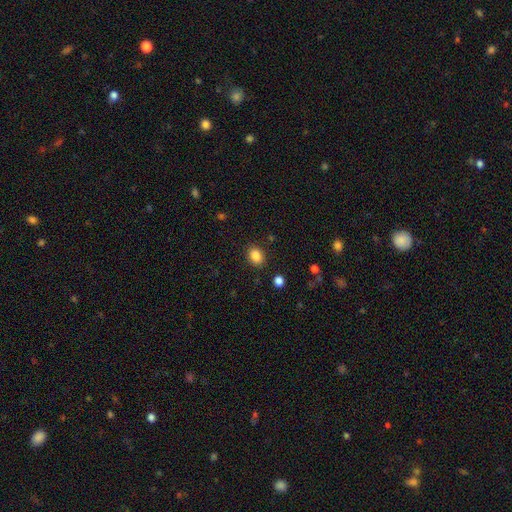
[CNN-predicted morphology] smooth-or-featured: smooth: 86% | star or artifact: 10% | featured or disk: 4%
  how-rounded: in between: 54% | round: 45% | cigar-shaped: 1%
  merging: none: 87% | minor disturbance: 9% | major disturbance: 3% | merger: 2%